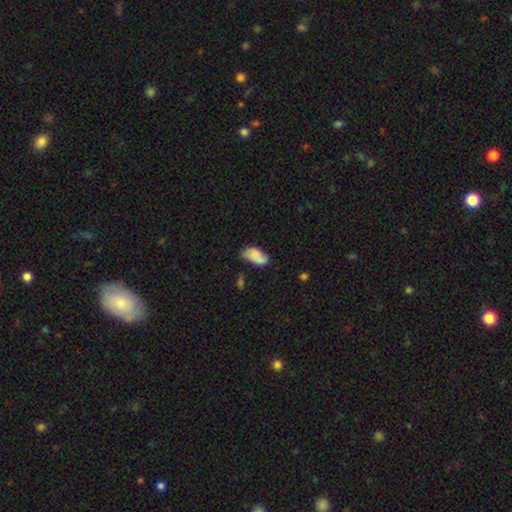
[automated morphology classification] smooth-or-featured: smooth: 65% | featured or disk: 26% | star or artifact: 9%
  how-rounded: in between: 93% | round: 4% | cigar-shaped: 3%
  merging: none: 47% | minor disturbance: 33% | major disturbance: 12% | merger: 8%